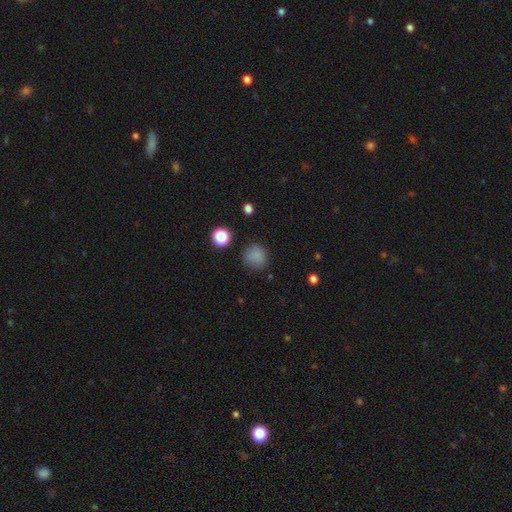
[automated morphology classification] type=smooth (81%); roundness=round (86%); merging=none (78%).